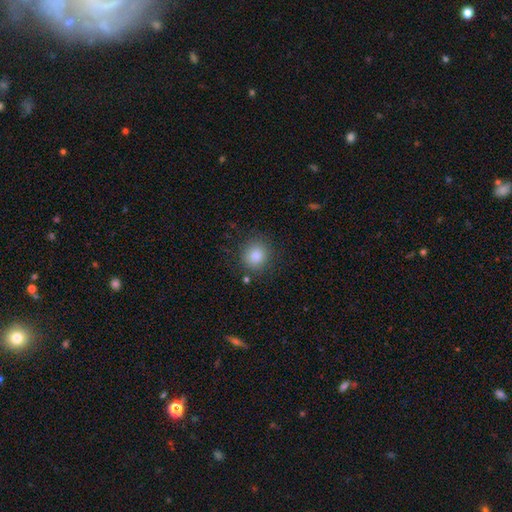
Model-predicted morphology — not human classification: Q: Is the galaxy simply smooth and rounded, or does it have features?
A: smooth — 85%.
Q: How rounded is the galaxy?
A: round — 85%.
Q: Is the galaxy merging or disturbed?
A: none — 85%.